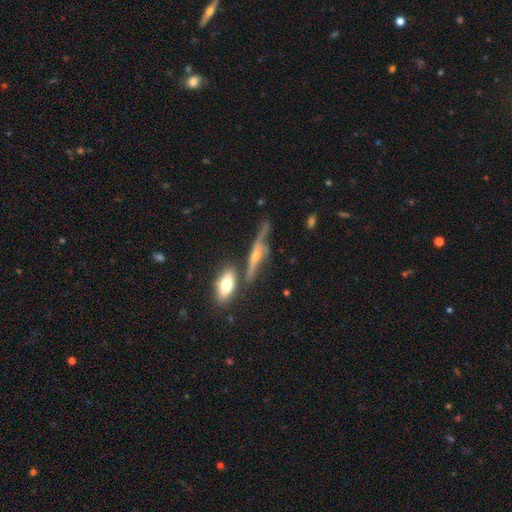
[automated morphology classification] Smooth or featured: featured or disk — 69% (smooth — 20%)
Edge-on disk: yes — 75% (no — 25%)
Edge-on bulge: rounded — 78% (boxy — 11%)
Merging: none — 55% (minor disturbance — 21%)